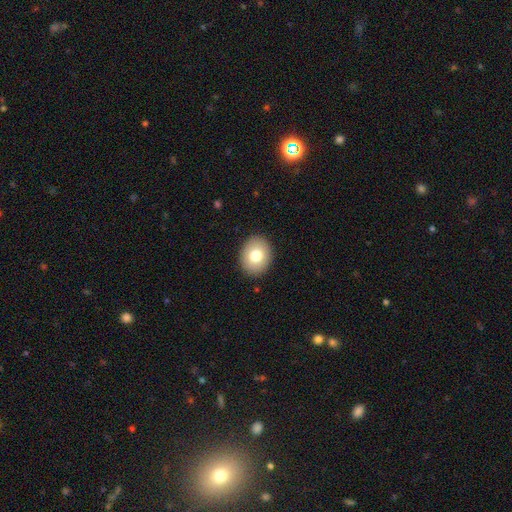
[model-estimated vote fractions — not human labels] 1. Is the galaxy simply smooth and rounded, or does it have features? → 77% smooth, 14% featured or disk, 9% star or artifact.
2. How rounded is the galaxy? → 56% round, 43% in between, 1% cigar-shaped.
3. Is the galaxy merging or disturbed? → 90% none, 7% minor disturbance, 2% major disturbance, 1% merger.